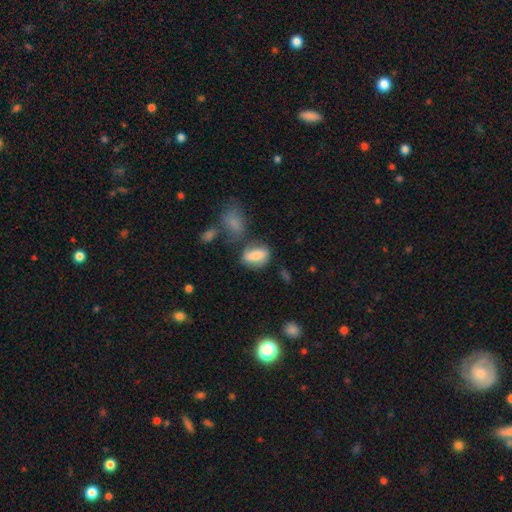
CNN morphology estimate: Q: Smooth or featured?
A: smooth (65%); runner-up: featured or disk (27%)
Q: How rounded?
A: in between (80%); runner-up: round (15%)
Q: Merging?
A: none (57%); runner-up: minor disturbance (20%)